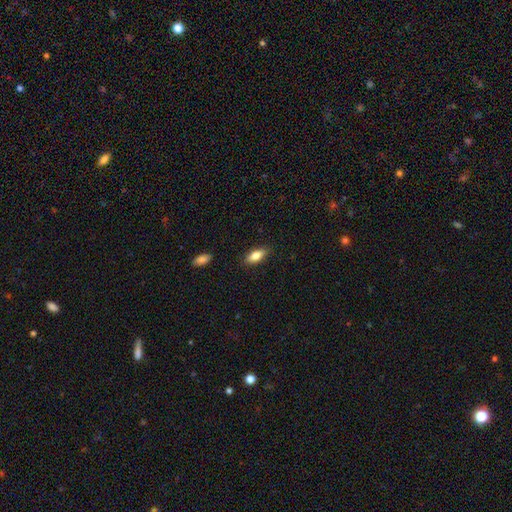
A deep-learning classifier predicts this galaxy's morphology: type=smooth (76%); roundness=in between (78%); merging=none (87%).